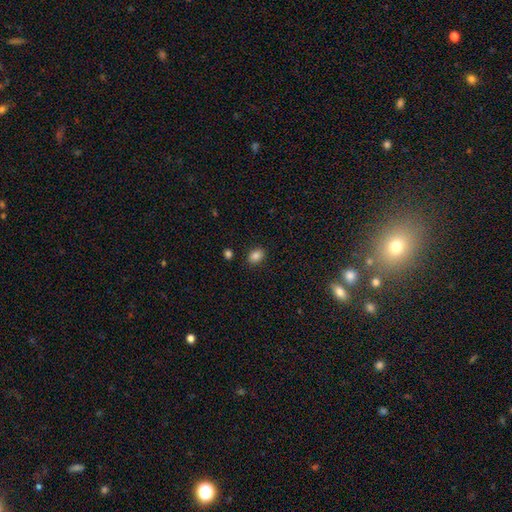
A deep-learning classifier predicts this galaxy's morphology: Overall: smooth (85%). How rounded: in between (73%). Merging: none (87%).